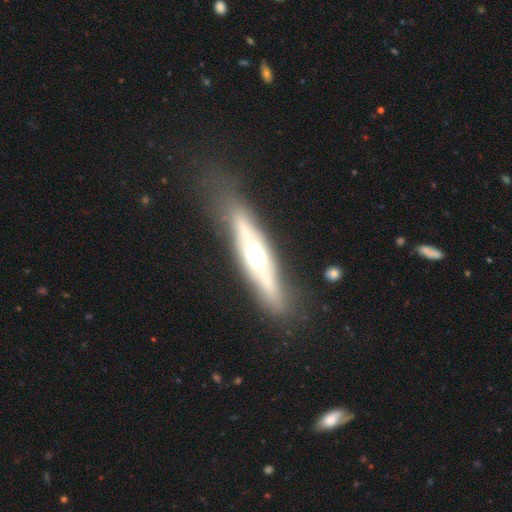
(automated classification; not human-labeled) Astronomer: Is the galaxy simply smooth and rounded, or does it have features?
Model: featured or disk — 58% (runner-up: smooth, 35%).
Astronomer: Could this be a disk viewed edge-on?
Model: yes — 81%.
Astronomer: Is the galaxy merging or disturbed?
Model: none — 75%.